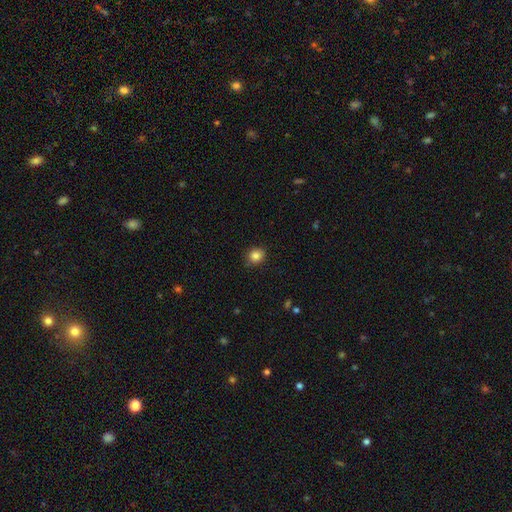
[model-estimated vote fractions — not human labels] smooth-or-featured: smooth: 85% | star or artifact: 10% | featured or disk: 5%
  how-rounded: round: 71% | in between: 28% | cigar-shaped: 1%
  merging: none: 87% | minor disturbance: 9% | major disturbance: 2% | merger: 1%